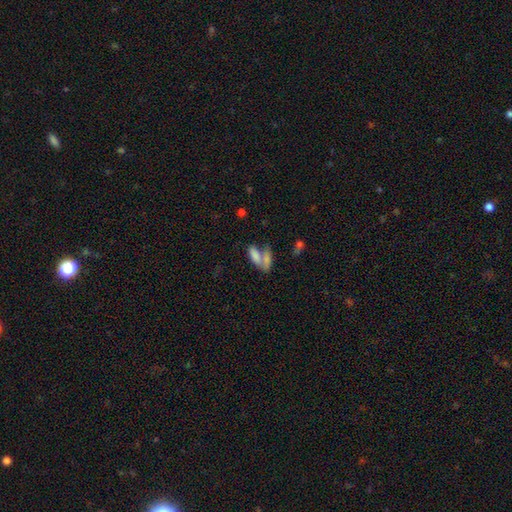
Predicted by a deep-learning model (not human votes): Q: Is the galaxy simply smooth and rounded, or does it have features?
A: smooth — 78%.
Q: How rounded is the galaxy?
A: in between — 82%.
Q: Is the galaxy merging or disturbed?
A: merger — 61%.